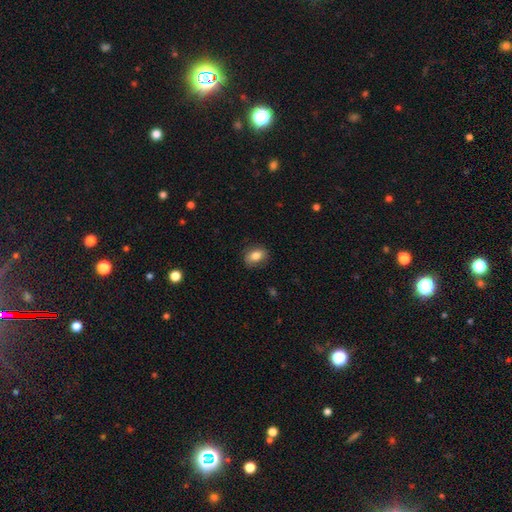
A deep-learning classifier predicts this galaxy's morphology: A smooth galaxy with no disk features (83%) that is in between round and cigar-shaped (76%). Merging: none (81%).